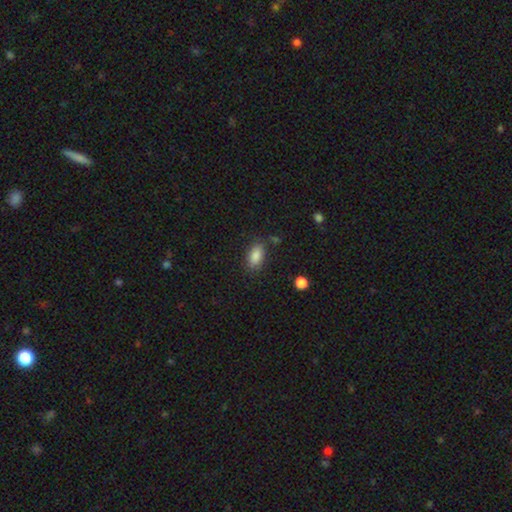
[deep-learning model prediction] A smooth galaxy with no disk features (86%) that is in between round and cigar-shaped (90%).

Vote fractions:
- Smooth or featured? smooth: 86% / star or artifact: 8% / featured or disk: 6%
- How rounded? in between: 90% / round: 5% / cigar-shaped: 5%
- Merging? none: 80% / minor disturbance: 14% / major disturbance: 4% / merger: 3%